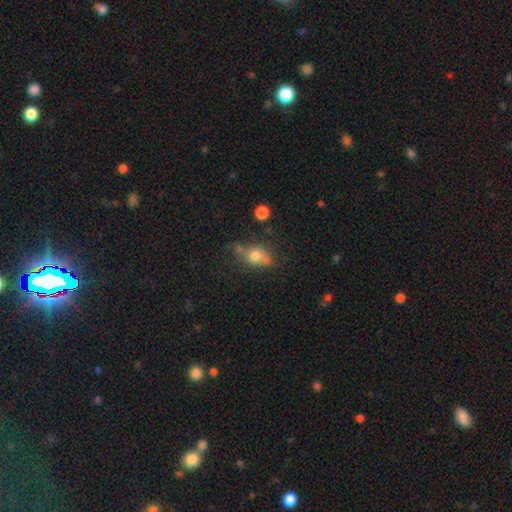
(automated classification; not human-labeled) A smooth galaxy with no disk features (68%) that is in between round and cigar-shaped (66%).

Vote fractions:
- Smooth or featured? smooth: 68% / featured or disk: 20% / star or artifact: 12%
- How rounded? in between: 66% / round: 27% / cigar-shaped: 7%
- Merging? none: 56% / minor disturbance: 26% / major disturbance: 9% / merger: 9%